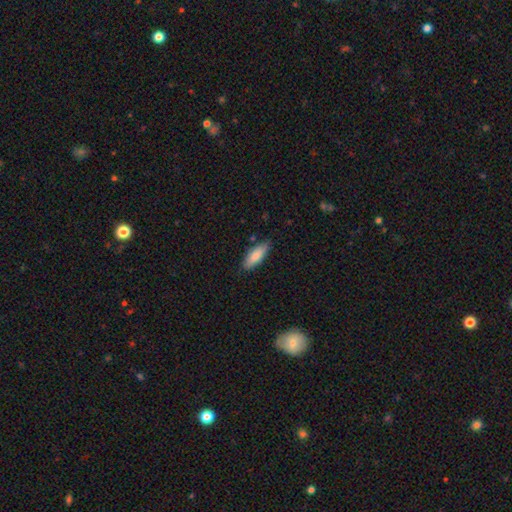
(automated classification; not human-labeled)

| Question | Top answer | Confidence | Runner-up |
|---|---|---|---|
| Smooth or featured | smooth | 82% | featured or disk (12%) |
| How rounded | in between | 65% | cigar-shaped (33%) |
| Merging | none | 81% | minor disturbance (15%) |